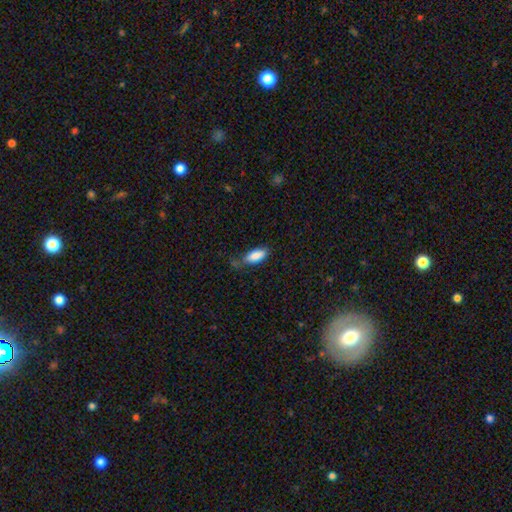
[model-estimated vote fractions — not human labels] Smooth or featured?
  - smooth: 86% *
  - featured or disk: 7%
  - star or artifact: 7%
How rounded?
  - in between: 83% *
  - cigar-shaped: 15%
  - round: 2%
Merging?
  - none: 50% *
  - minor disturbance: 34%
  - major disturbance: 12%
  - merger: 5%